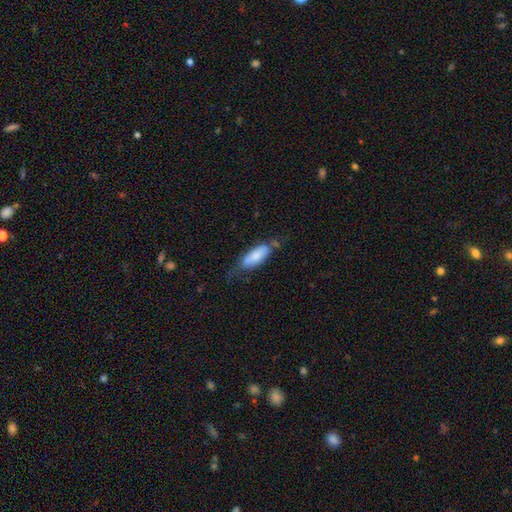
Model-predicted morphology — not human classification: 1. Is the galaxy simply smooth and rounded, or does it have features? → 73% smooth, 21% featured or disk, 6% star or artifact.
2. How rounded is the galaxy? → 71% in between, 28% cigar-shaped, 2% round.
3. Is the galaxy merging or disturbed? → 46% none, 34% minor disturbance, 14% major disturbance, 6% merger.